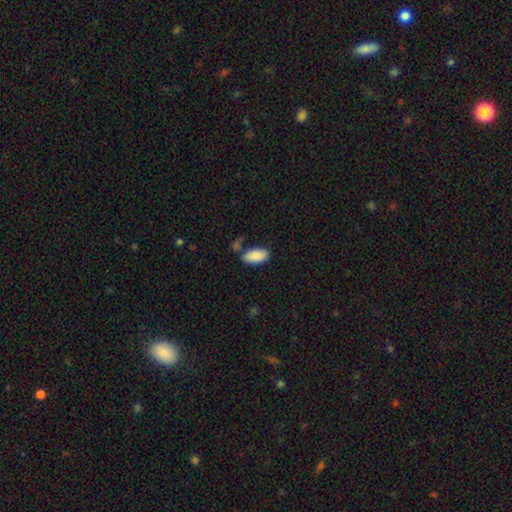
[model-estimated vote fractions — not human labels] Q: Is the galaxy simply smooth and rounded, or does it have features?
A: smooth — 89%.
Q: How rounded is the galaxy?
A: in between — 94%.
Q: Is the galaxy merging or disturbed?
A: none — 71%.